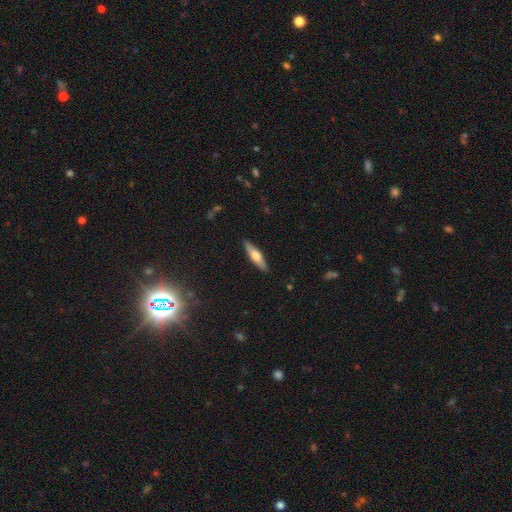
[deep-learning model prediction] Smooth or featured? Predicted: smooth (p=0.53). How rounded? Predicted: cigar-shaped (p=0.76). Merging? Predicted: none (p=0.90).